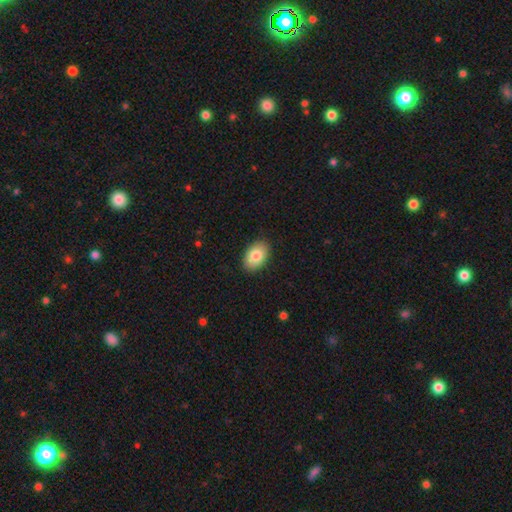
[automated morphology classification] Smooth or featured? smooth (82%)
How rounded? in between (89%)
Merging? none (88%)